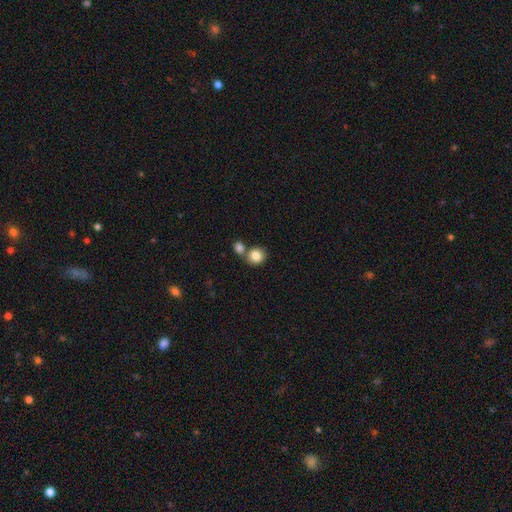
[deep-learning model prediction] Smooth or featured?
  - smooth: 83% *
  - star or artifact: 9%
  - featured or disk: 8%
How rounded?
  - round: 79% *
  - in between: 20%
  - cigar-shaped: 1%
Merging?
  - none: 53% *
  - merger: 36%
  - minor disturbance: 8%
  - major disturbance: 3%